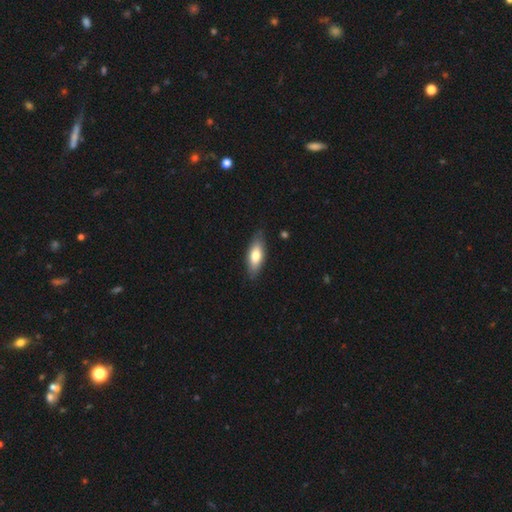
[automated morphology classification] The model was most divided on "how rounded": in between: 69%, cigar-shaped: 29%, round: 2%. More confident: merging — none (82%); smooth or featured — smooth (73%).